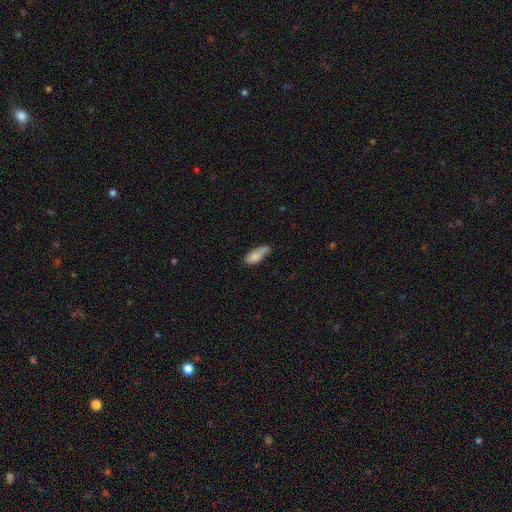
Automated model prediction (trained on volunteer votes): Smooth or featured?
  - smooth: 80% *
  - featured or disk: 13%
  - star or artifact: 7%
How rounded?
  - in between: 72% *
  - cigar-shaped: 26%
  - round: 2%
Merging?
  - none: 52% *
  - minor disturbance: 35%
  - major disturbance: 9%
  - merger: 4%